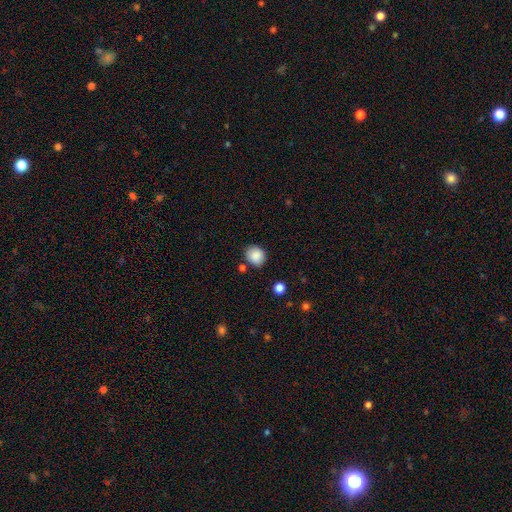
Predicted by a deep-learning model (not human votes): The model was most divided on "how rounded": round: 73%, in between: 26%, cigar-shaped: 1%. More confident: smooth or featured — smooth (87%); merging — none (78%).